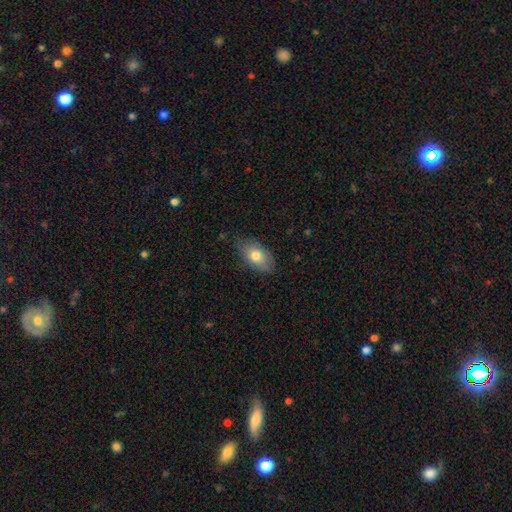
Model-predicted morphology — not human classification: This appears to be a smooth galaxy with no disk features (76%) that is in between round and cigar-shaped (90%). Merging: none (77%).